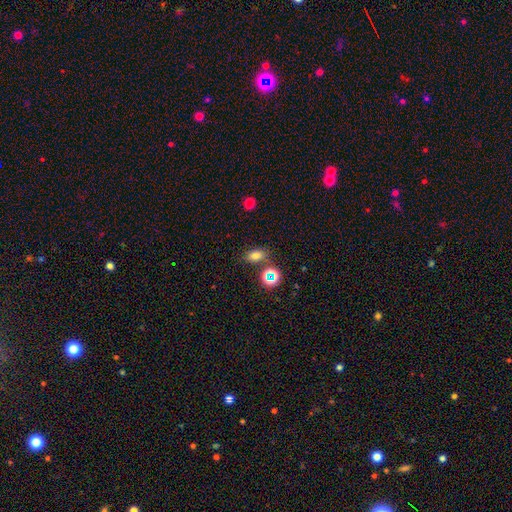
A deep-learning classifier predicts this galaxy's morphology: A smooth galaxy with no disk features (73%) that is in between round and cigar-shaped (78%). Merging: none (74%).